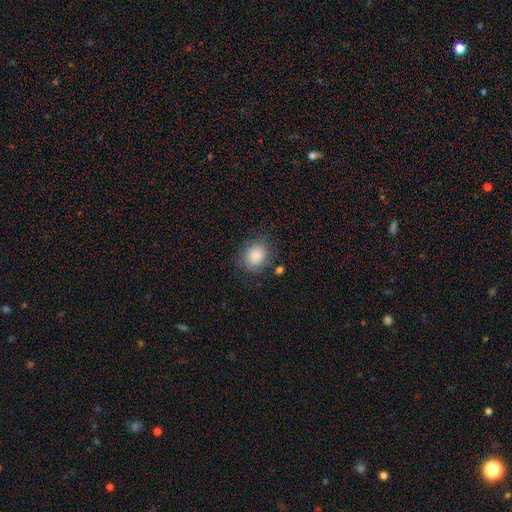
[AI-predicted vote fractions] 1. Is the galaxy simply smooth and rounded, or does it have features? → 82% smooth, 9% featured or disk, 8% star or artifact.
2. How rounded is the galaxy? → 67% round, 32% in between, 1% cigar-shaped.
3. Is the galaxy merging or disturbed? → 75% none, 16% minor disturbance, 6% major disturbance, 3% merger.